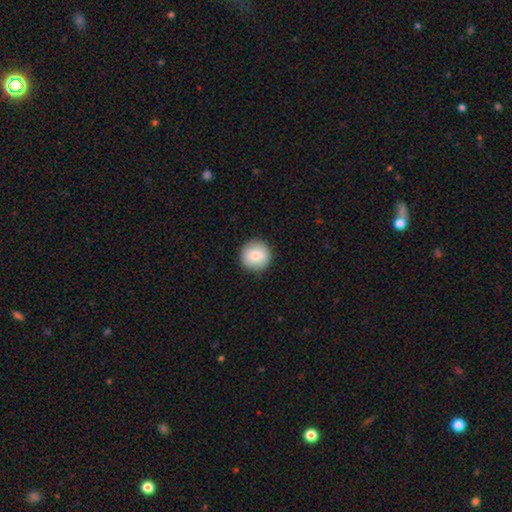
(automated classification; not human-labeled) Overall: smooth (81%). How rounded: round (95%). Merging: none (90%).